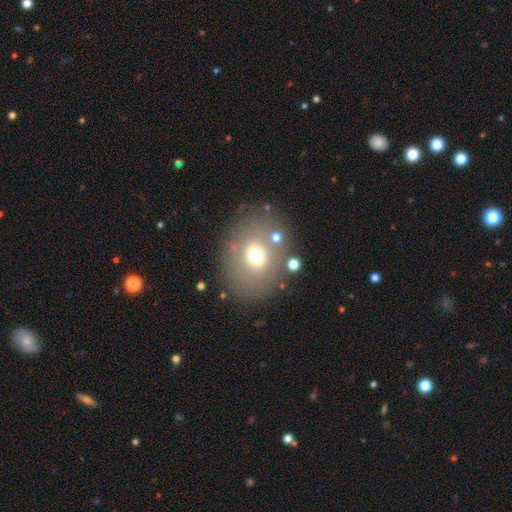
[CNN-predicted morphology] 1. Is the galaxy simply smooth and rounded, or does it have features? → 63% smooth, 22% featured or disk, 15% star or artifact.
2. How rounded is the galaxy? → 50% in between, 49% round, 1% cigar-shaped.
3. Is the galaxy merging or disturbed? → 76% none, 12% minor disturbance, 7% major disturbance, 5% merger.